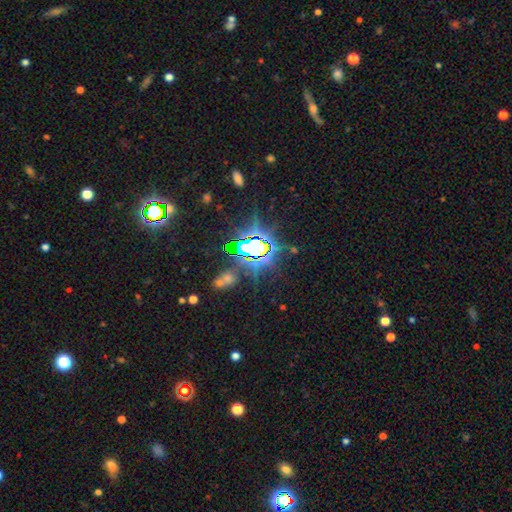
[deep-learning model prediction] Smooth or featured?
  - star or artifact: 77% *
  - smooth: 12%
  - featured or disk: 11%